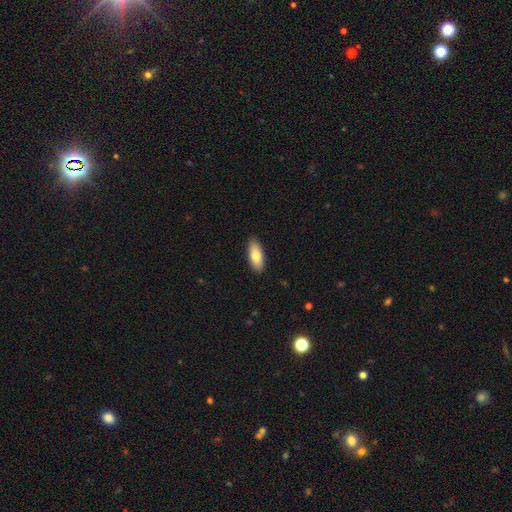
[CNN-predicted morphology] Q: Smooth or featured?
A: smooth (76%); runner-up: featured or disk (18%)
Q: How rounded?
A: in between (78%); runner-up: cigar-shaped (19%)
Q: Merging?
A: none (90%); runner-up: minor disturbance (8%)